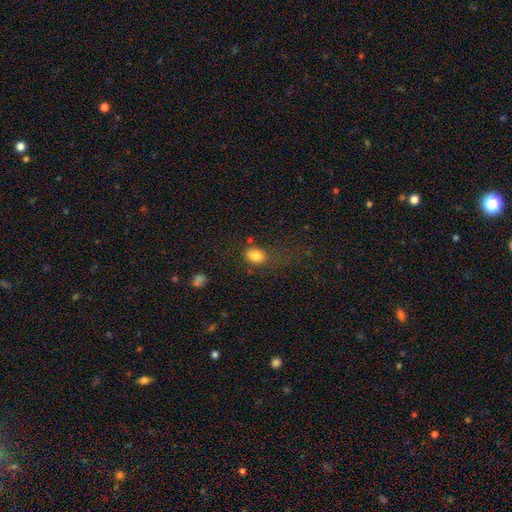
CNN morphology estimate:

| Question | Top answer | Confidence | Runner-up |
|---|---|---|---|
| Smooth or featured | smooth | 81% | star or artifact (11%) |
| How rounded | in between | 67% | round (32%) |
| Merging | none | 61% | minor disturbance (20%) |